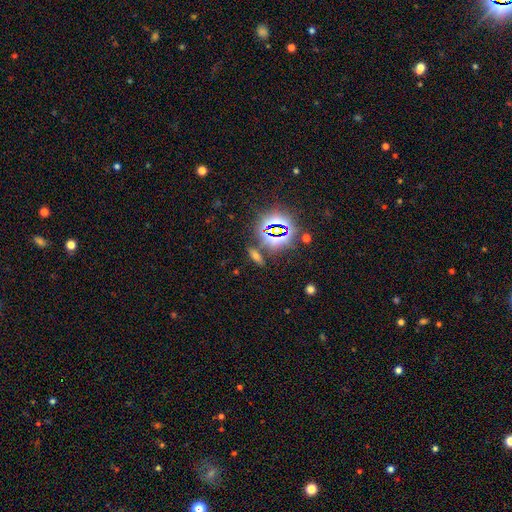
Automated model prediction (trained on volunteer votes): smooth_or_featured: smooth (p=0.44) [alt: star or artifact p=0.40]
merging: none (p=0.77) [alt: minor disturbance p=0.10]